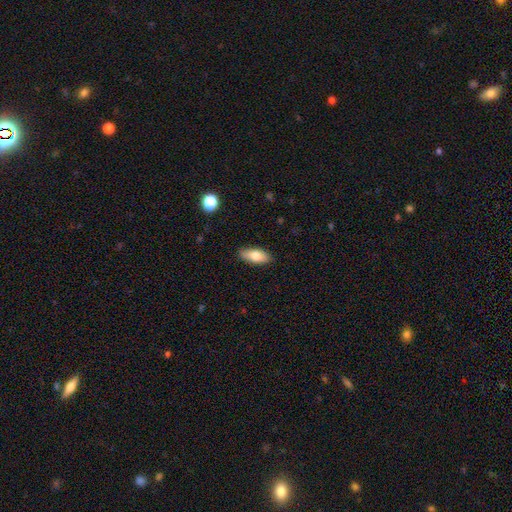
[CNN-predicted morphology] smooth-or-featured: smooth: 77% | featured or disk: 16% | star or artifact: 7%
  how-rounded: in between: 84% | cigar-shaped: 14% | round: 3%
  merging: none: 87% | minor disturbance: 10% | major disturbance: 2% | merger: 1%